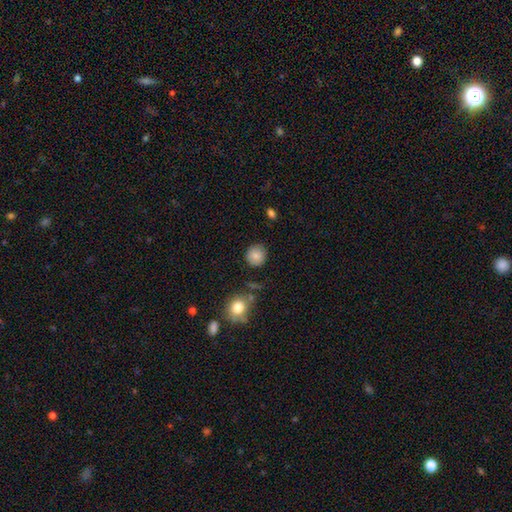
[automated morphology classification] The model was most divided on "smooth or featured": smooth: 85%, star or artifact: 9%, featured or disk: 6%. More confident: how rounded — round (91%); merging — none (86%).